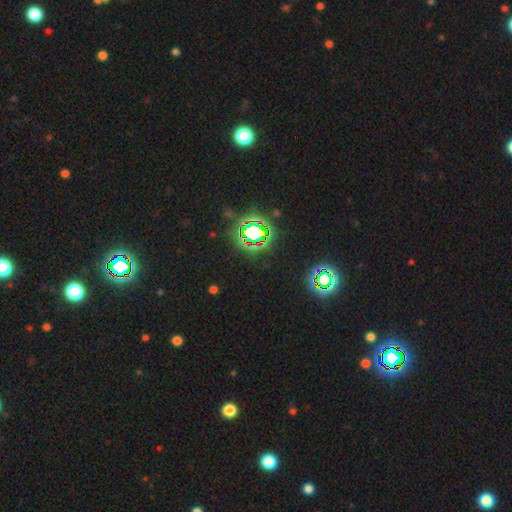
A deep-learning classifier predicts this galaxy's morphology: type=star or artifact (80%).